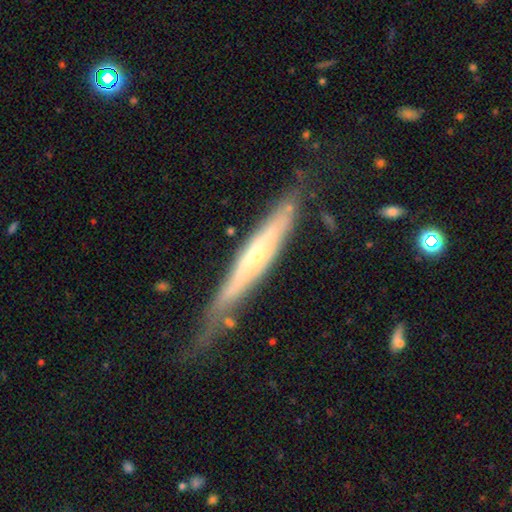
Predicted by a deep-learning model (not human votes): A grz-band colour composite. It shows a featured or disk galaxy (72%) viewed edge-on (82%) with a rounded central bulge (58%). Merging: none (61%).